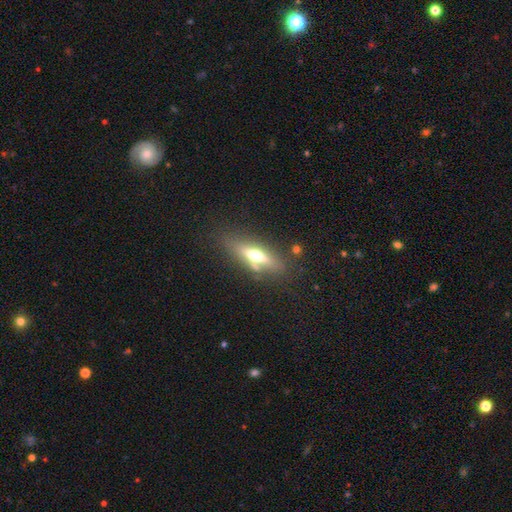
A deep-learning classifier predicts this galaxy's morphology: Smooth or featured? Predicted: featured or disk (p=0.55). Edge-on disk? Predicted: yes (p=0.86). Merging? Predicted: none (p=0.75).